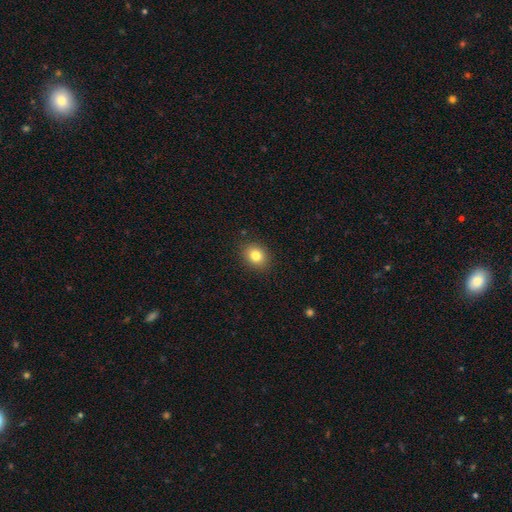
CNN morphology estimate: A smooth galaxy with no disk features (81%) that is round (58%).

Vote fractions:
- Smooth or featured? smooth: 81% / star or artifact: 11% / featured or disk: 8%
- How rounded? round: 58% / in between: 41% / cigar-shaped: 1%
- Merging? none: 89% / minor disturbance: 8% / major disturbance: 2% / merger: 1%